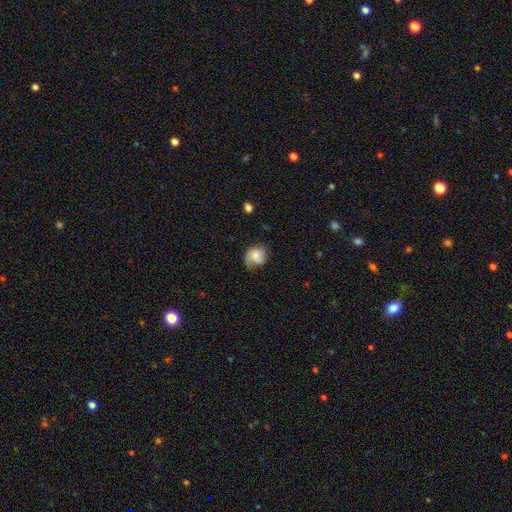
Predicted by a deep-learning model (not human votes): A smooth galaxy with no disk features (52%) that is round (66%).

Vote fractions:
- Smooth or featured? smooth: 52% / featured or disk: 39% / star or artifact: 9%
- How rounded? round: 66% / in between: 33% / cigar-shaped: 1%
- Merging? none: 54% / minor disturbance: 30% / major disturbance: 14% / merger: 3%